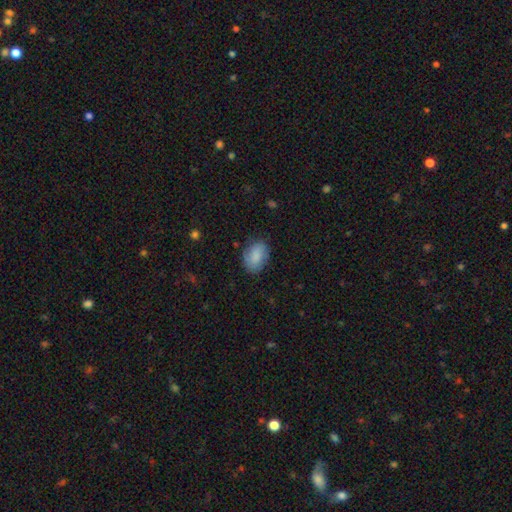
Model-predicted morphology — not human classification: smooth_or_featured: smooth (p=0.83) [alt: featured or disk p=0.10]
how_rounded: in between (p=0.85) [alt: round p=0.14]
merging: none (p=0.76) [alt: minor disturbance p=0.18]